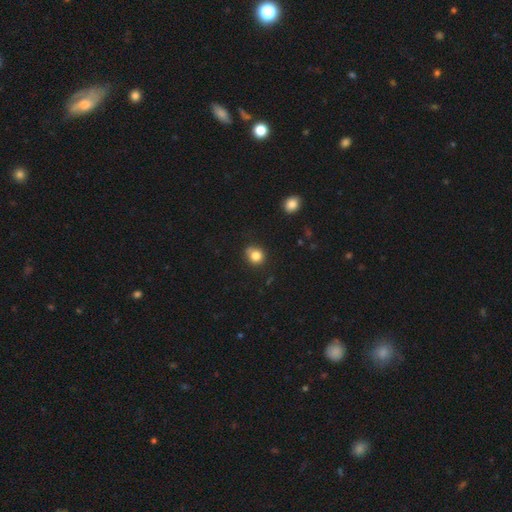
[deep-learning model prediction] Smooth or featured? Predicted: smooth (p=0.82). How rounded? Predicted: round (p=0.80). Merging? Predicted: none (p=0.74).